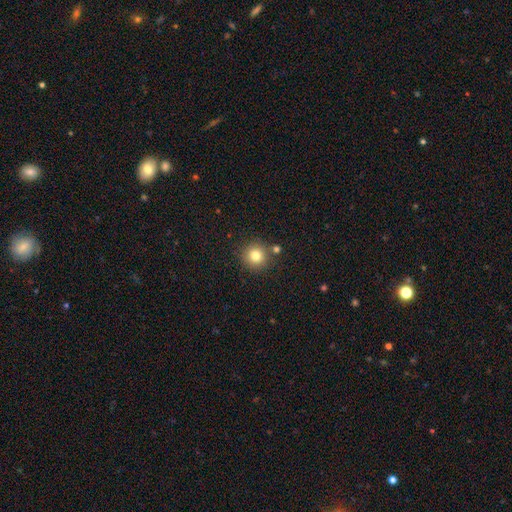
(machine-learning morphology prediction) Q: Smooth or featured?
A: smooth (80%); runner-up: star or artifact (12%)
Q: How rounded?
A: round (93%); runner-up: in between (6%)
Q: Merging?
A: none (81%); runner-up: minor disturbance (8%)